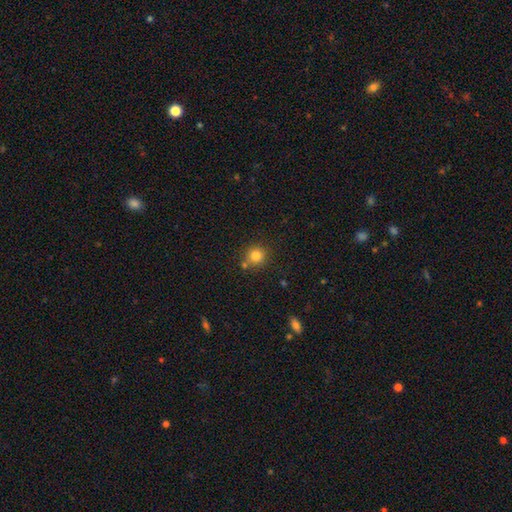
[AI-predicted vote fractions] A smooth galaxy with no disk features (81%) that is round (92%).

Vote fractions:
- Smooth or featured? smooth: 81% / star or artifact: 12% / featured or disk: 6%
- How rounded? round: 92% / in between: 7% / cigar-shaped: 1%
- Merging? none: 76% / merger: 12% / minor disturbance: 9% / major disturbance: 3%